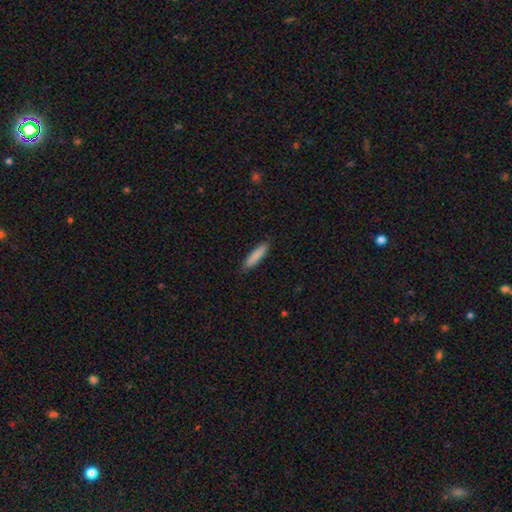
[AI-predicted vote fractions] A smooth galaxy with no disk features (87%) that is cigar-shaped (81%).

Vote fractions:
- Smooth or featured? smooth: 87% / featured or disk: 8% / star or artifact: 6%
- How rounded? cigar-shaped: 81% / in between: 18% / round: 1%
- Merging? none: 86% / minor disturbance: 11% / major disturbance: 2% / merger: 1%